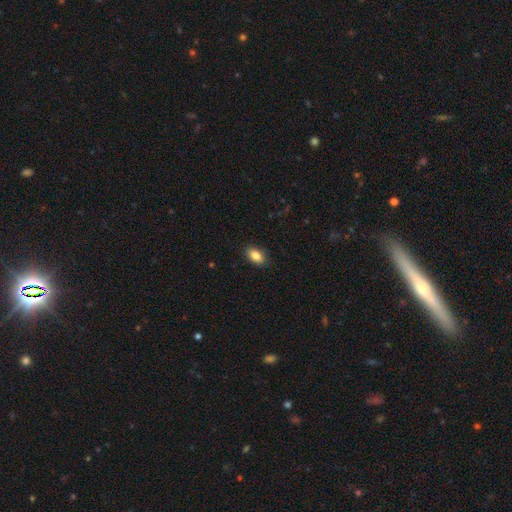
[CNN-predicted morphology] Overall: smooth (86%). How rounded: in between (90%). Merging: none (87%).